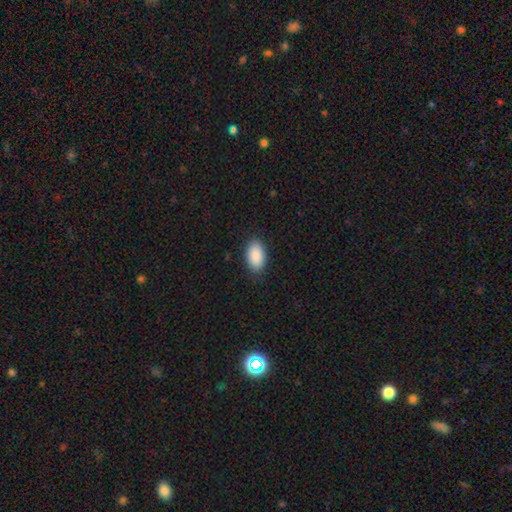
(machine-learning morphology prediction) The model was most divided on "merging": none: 87%, minor disturbance: 10%, major disturbance: 2%, merger: 1%. More confident: how rounded — in between (94%); smooth or featured — smooth (89%).